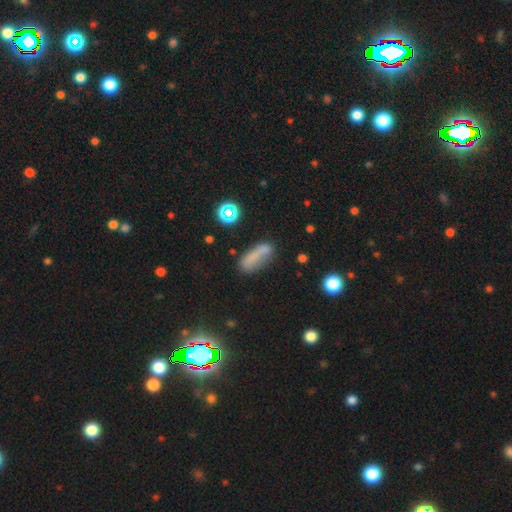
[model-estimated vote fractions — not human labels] Q: Smooth or featured?
A: smooth (67%); runner-up: featured or disk (17%)
Q: How rounded?
A: in between (54%); runner-up: cigar-shaped (41%)
Q: Merging?
A: none (57%); runner-up: minor disturbance (23%)